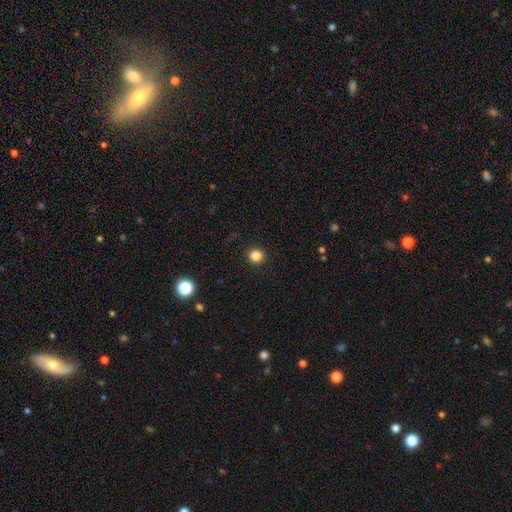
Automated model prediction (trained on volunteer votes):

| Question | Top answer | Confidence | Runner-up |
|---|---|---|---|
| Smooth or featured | smooth | 84% | star or artifact (12%) |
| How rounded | round | 92% | in between (7%) |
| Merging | none | 92% | minor disturbance (5%) |